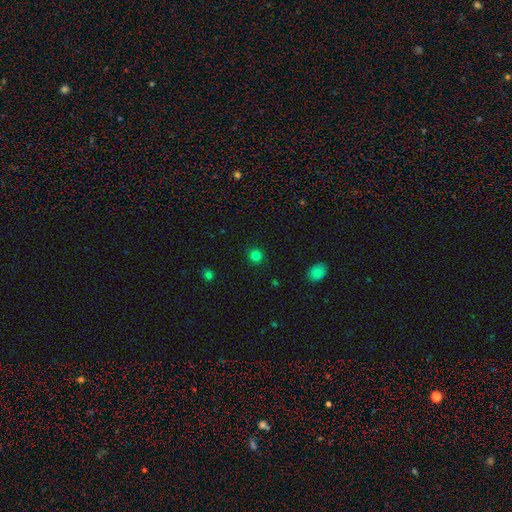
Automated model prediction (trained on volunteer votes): Smooth or featured? Predicted: smooth (p=0.82). How rounded? Predicted: round (p=0.94). Merging? Predicted: none (p=0.91).